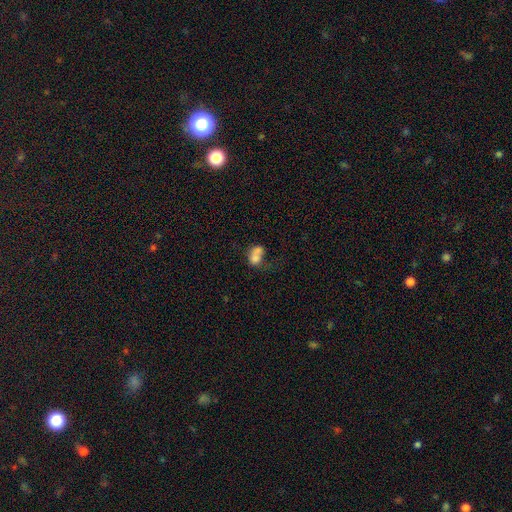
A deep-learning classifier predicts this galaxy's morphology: A smooth galaxy with no disk features (70%) that is in between round and cigar-shaped (70%). Merging: merger (46%).